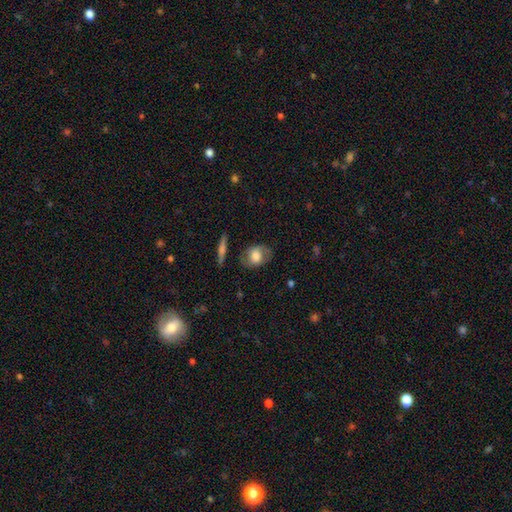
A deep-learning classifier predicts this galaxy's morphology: type=smooth (57%); roundness=in between (64%); merging=none (73%).